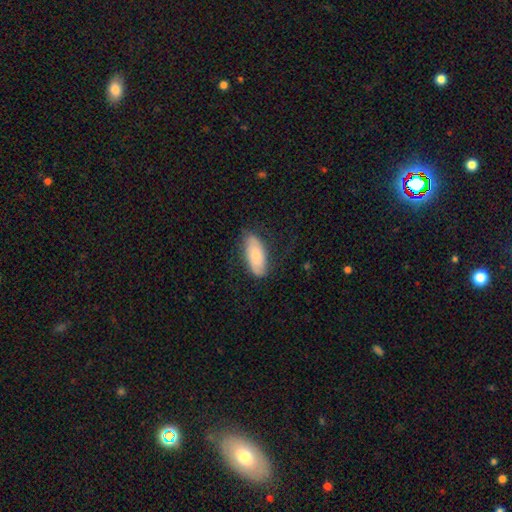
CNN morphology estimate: smooth_or_featured: smooth (p=0.70) [alt: featured or disk p=0.24]
how_rounded: in between (p=0.87) [alt: cigar-shaped p=0.11]
merging: none (p=0.74) [alt: minor disturbance p=0.19]